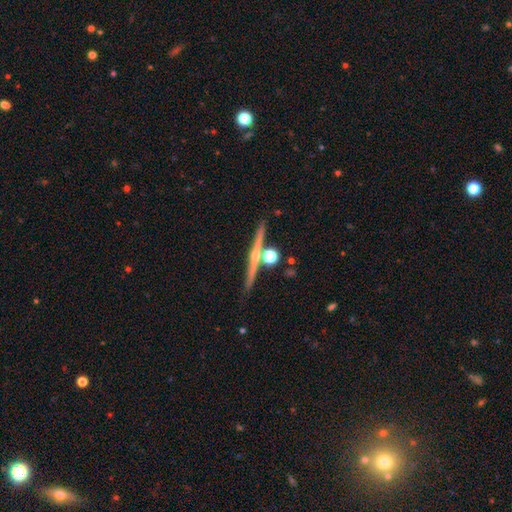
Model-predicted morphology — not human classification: Smooth or featured? featured or disk (78%)
Edge-on disk? yes (98%)
Edge-on bulge? rounded (81%)
Merging? none (83%)